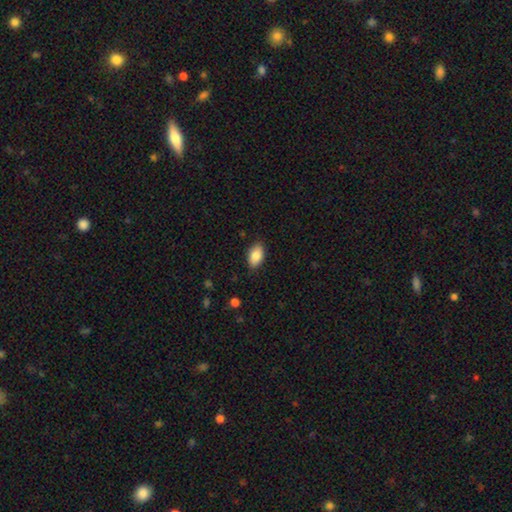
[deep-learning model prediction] Smooth or featured? Predicted: smooth (p=0.86). How rounded? Predicted: in between (p=0.93). Merging? Predicted: none (p=0.86).